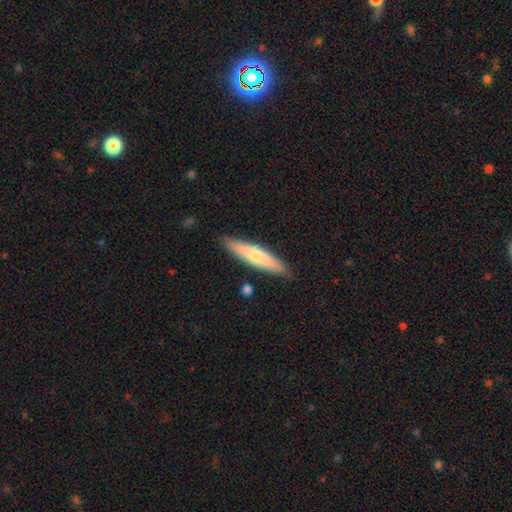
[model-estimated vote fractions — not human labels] A smooth galaxy with no disk features (66%) that is cigar-shaped (83%).

Vote fractions:
- Smooth or featured? smooth: 66% / featured or disk: 29% / star or artifact: 5%
- How rounded? cigar-shaped: 83% / in between: 15% / round: 1%
- Merging? none: 87% / minor disturbance: 9% / major disturbance: 2% / merger: 2%